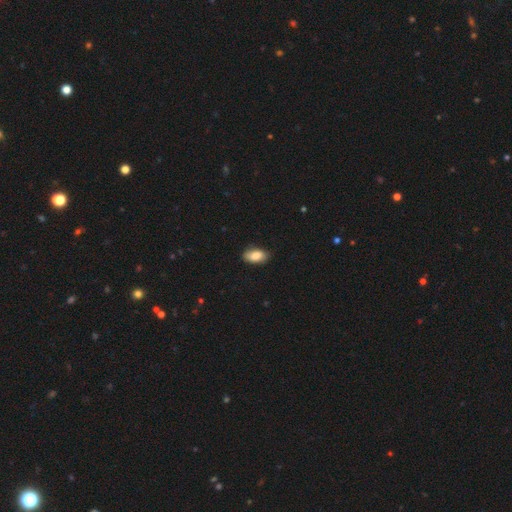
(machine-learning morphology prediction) This is clearly a smooth galaxy (85%). How rounded: clearly in between (92%). Merging: clearly none (83%).